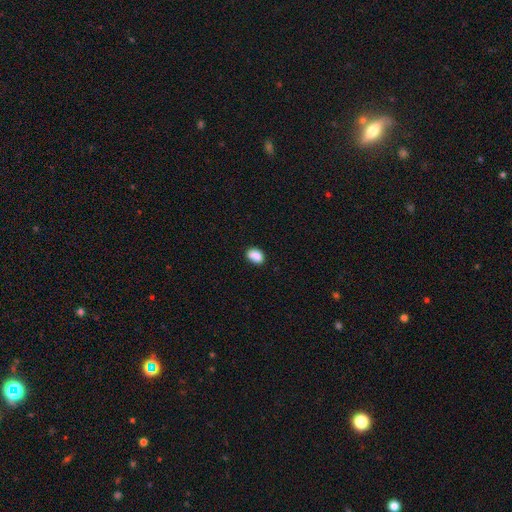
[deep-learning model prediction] This appears to be a smooth galaxy with no disk features (84%) that is in between round and cigar-shaped (76%). Merging: none (67%).